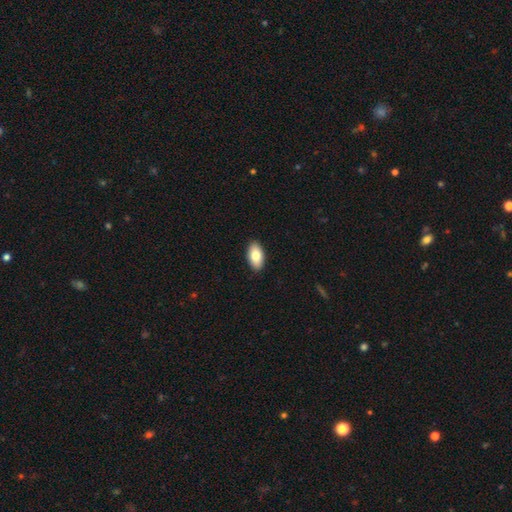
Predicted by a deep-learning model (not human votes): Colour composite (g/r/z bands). It shows a smooth galaxy with no disk features (81%) that is in between round and cigar-shaped (94%). Merging: none (91%).